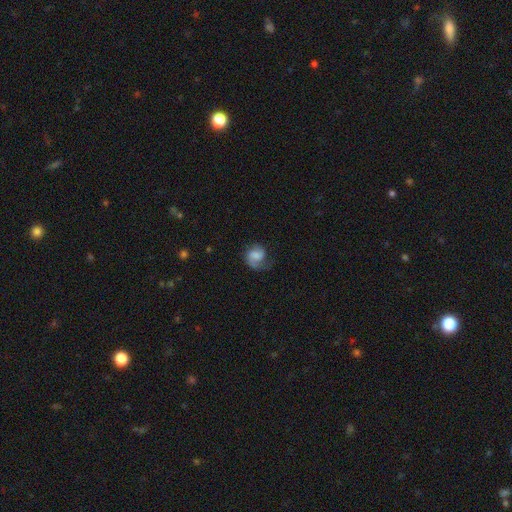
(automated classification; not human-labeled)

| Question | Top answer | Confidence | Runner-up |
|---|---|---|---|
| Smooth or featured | featured or disk | 58% | smooth (34%) |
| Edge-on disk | no | 98% | yes (2%) |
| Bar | weak | 45% | no (41%) |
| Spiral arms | yes | 90% | no (10%) |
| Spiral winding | medium | 43% | loose (36%) |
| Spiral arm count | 2 | 51% | 1 (40%) |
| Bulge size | none | 33% | small (28%) |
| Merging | none | 52% | minor disturbance (23%) |